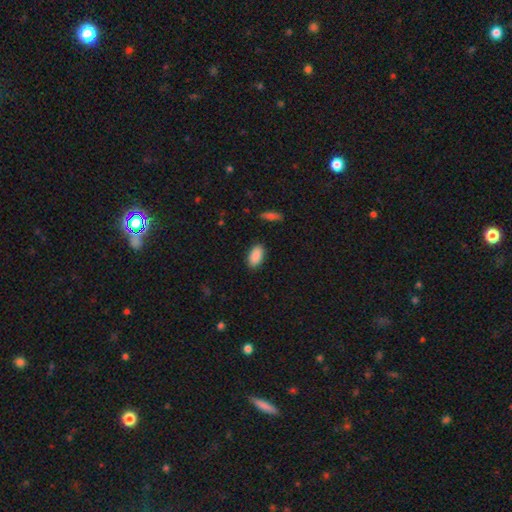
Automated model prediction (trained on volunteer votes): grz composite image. It shows a smooth galaxy with no disk features (90%) that is in between round and cigar-shaped (93%). Merging: none (88%).